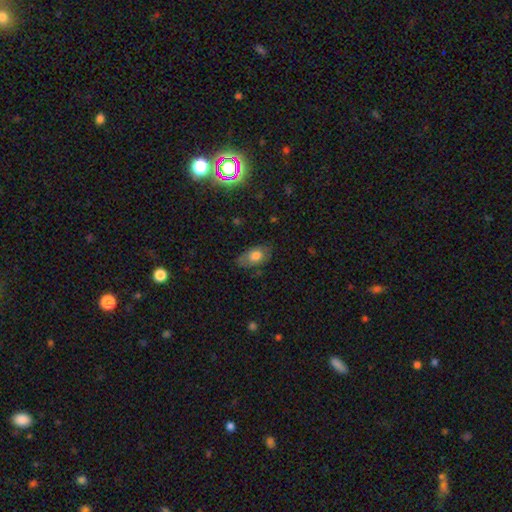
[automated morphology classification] Q: Smooth or featured?
A: smooth (74%); runner-up: featured or disk (17%)
Q: How rounded?
A: in between (89%); runner-up: round (8%)
Q: Merging?
A: none (71%); runner-up: minor disturbance (22%)